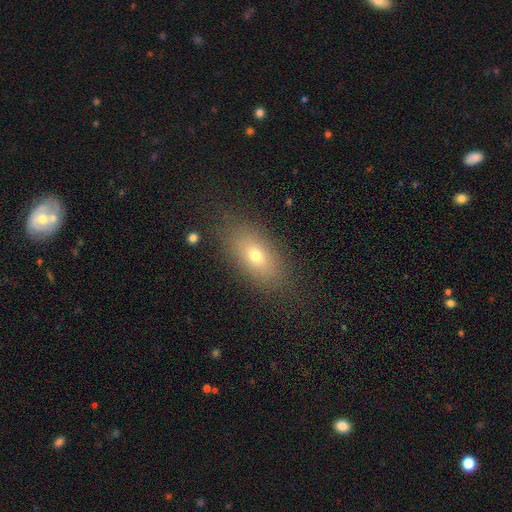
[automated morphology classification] Overall: smooth (69%). How rounded: in between (81%). Merging: none (82%).